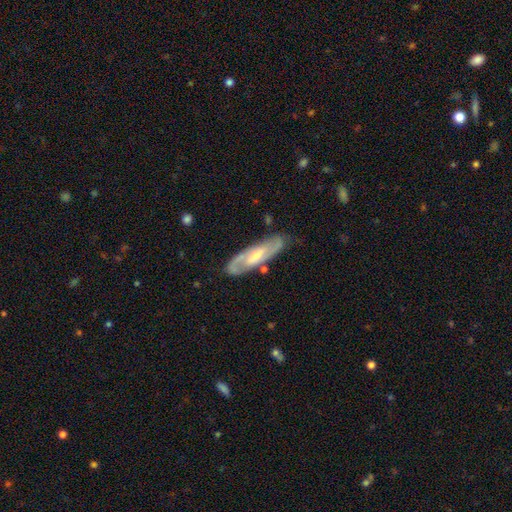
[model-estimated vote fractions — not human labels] Smooth or featured? Predicted: featured or disk (p=0.79). Edge-on disk? Predicted: no (p=0.85). Bar? Predicted: weak (p=0.45). Spiral arms? Predicted: yes (p=0.92). Spiral winding? Predicted: medium (p=0.46). Spiral arm count? Predicted: 2 (p=0.82). Bulge size? Predicted: small (p=0.49). Merging? Predicted: none (p=0.79).